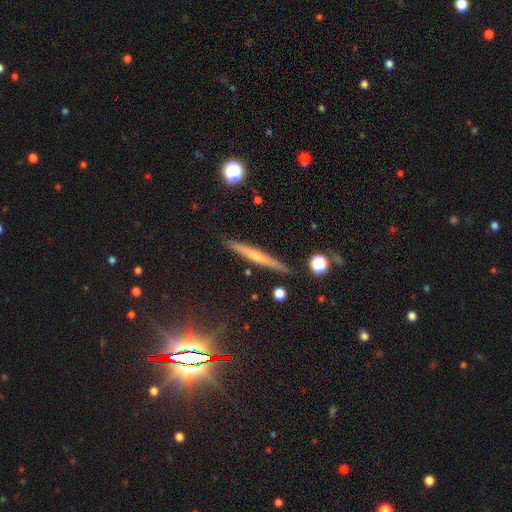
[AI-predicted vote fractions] This is possibly a featured or disk galaxy (57%). It is clearly viewed edge-on (96%). Edge-on bulge: possibly rounded (57%). Merging: clearly none (89%).